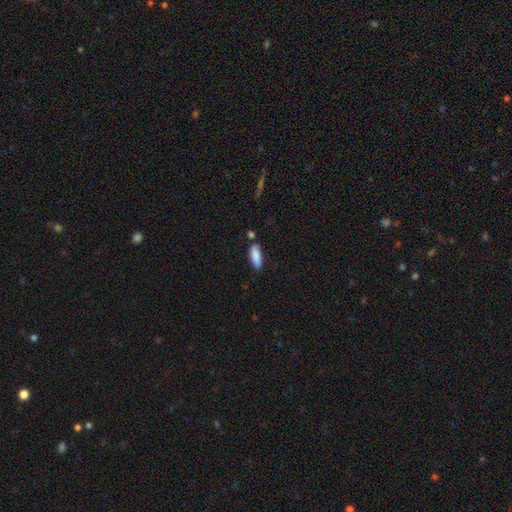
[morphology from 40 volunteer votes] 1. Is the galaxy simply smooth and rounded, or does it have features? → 88% smooth, 8% featured or disk, 5% star or artifact.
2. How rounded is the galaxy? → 66% cigar-shaped, 31% in between, 3% round.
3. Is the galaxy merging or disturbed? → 68% none, 18% minor disturbance, 8% merger, 5% major disturbance.